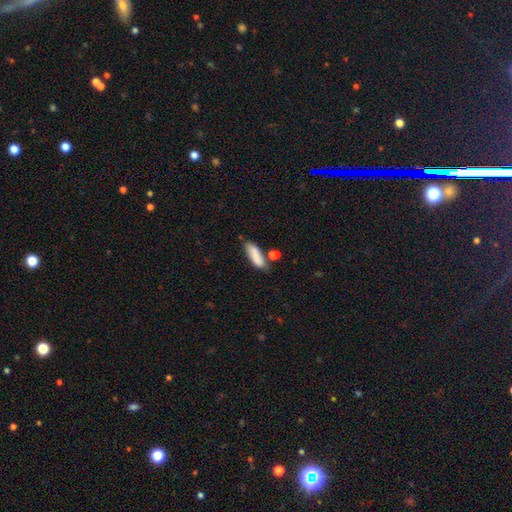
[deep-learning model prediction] Smooth or featured?
  - smooth: 84% *
  - featured or disk: 9%
  - star or artifact: 7%
How rounded?
  - in between: 59% *
  - cigar-shaped: 39%
  - round: 2%
Merging?
  - none: 58% *
  - minor disturbance: 20%
  - merger: 16%
  - major disturbance: 5%